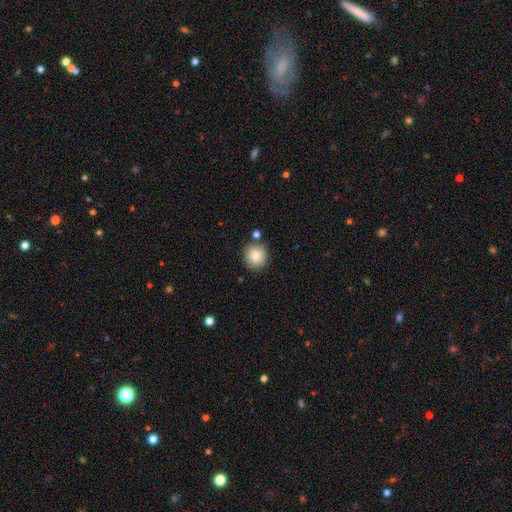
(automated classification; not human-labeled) A smooth galaxy with no disk features (85%) that is round (88%). Merging: none (81%).